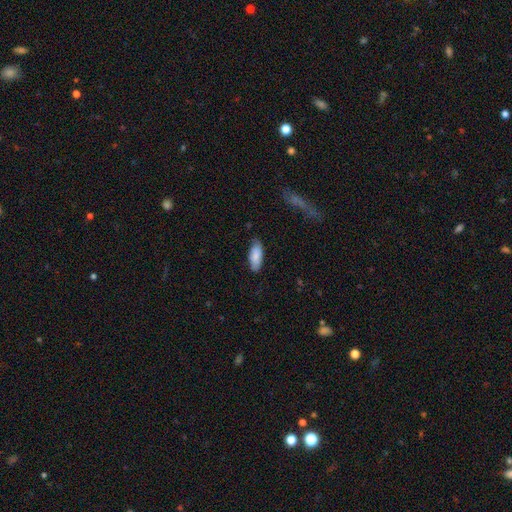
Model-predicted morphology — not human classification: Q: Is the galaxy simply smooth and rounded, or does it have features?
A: smooth — 82%.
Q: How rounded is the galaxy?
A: in between — 79%.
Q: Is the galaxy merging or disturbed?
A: none — 75%.